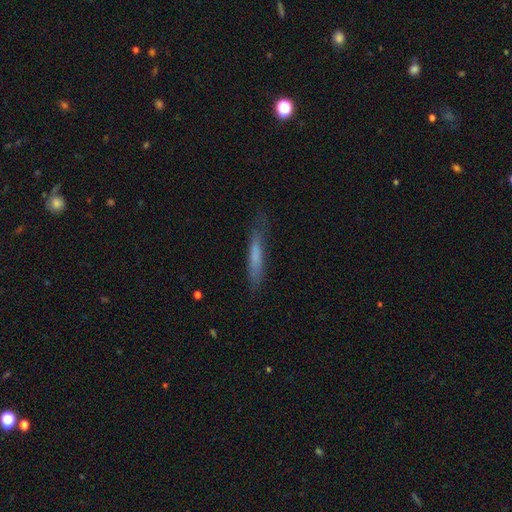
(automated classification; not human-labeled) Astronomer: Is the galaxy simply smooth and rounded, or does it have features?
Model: smooth — 64%.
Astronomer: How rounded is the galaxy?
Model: cigar-shaped — 92%.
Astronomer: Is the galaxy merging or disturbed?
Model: none — 71%.